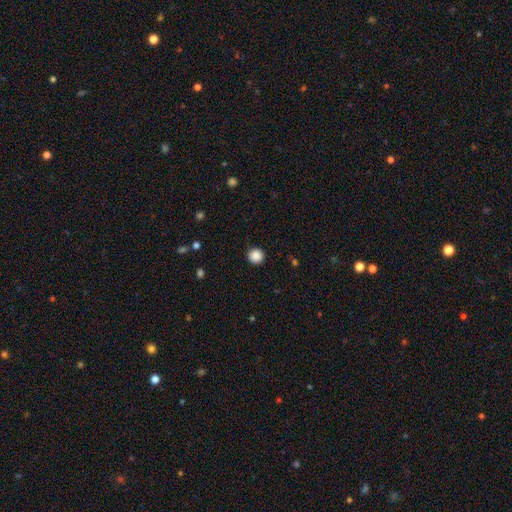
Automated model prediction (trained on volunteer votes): Smooth or featured?
  - smooth: 88% *
  - star or artifact: 10%
  - featured or disk: 3%
How rounded?
  - round: 95% *
  - in between: 4%
  - cigar-shaped: 1%
Merging?
  - none: 92% *
  - minor disturbance: 5%
  - major disturbance: 2%
  - merger: 1%